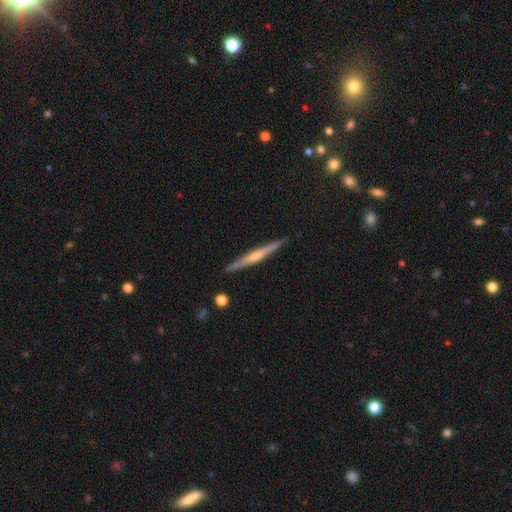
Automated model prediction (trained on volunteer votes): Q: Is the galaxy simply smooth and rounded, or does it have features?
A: featured or disk — 66%.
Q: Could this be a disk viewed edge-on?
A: yes — 98%.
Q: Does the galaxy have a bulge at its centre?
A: rounded — 66%.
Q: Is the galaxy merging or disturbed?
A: none — 90%.